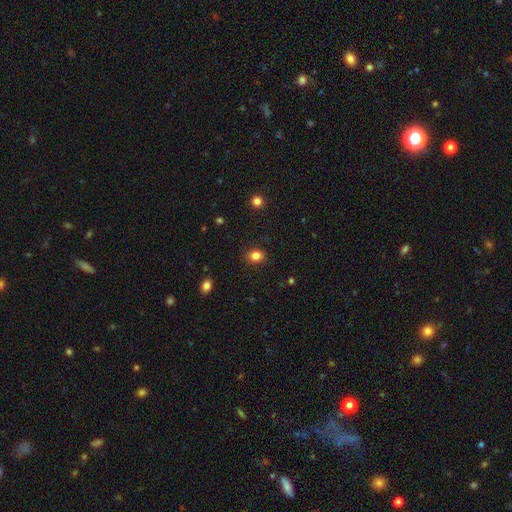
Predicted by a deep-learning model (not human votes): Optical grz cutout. It shows a smooth galaxy with no disk features (84%) that is round (53%). Merging: none (87%).